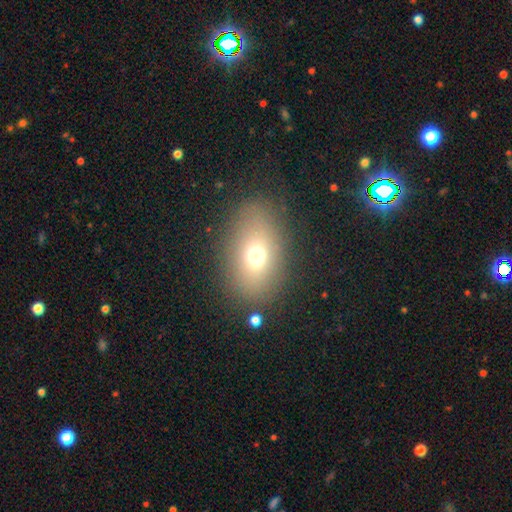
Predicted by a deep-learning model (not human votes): smooth 68%, featured or disk 17%, star or artifact 15%. Down the decision tree: how rounded — in between (75%); merging — none (81%).